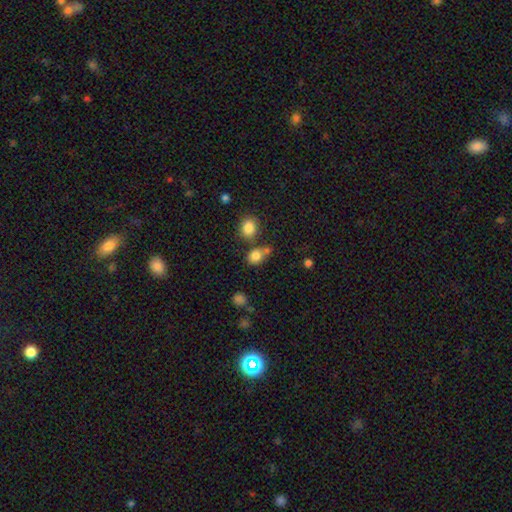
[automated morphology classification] Smooth or featured? Predicted: smooth (p=0.81). How rounded? Predicted: round (p=0.60). Merging? Predicted: none (p=0.55).